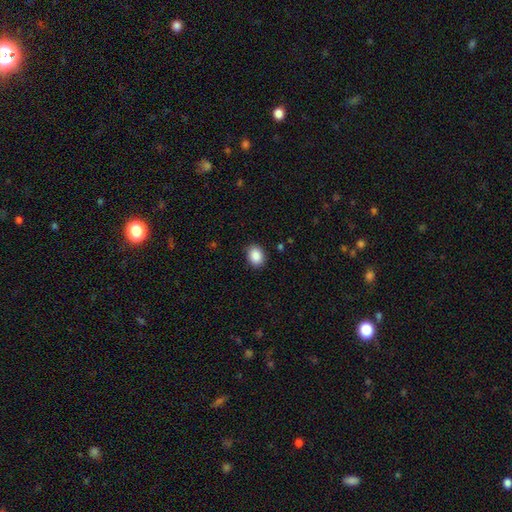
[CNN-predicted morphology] A smooth galaxy with no disk features (88%) that is in between round and cigar-shaped (61%).

Vote fractions:
- Smooth or featured? smooth: 88% / star or artifact: 8% / featured or disk: 4%
- How rounded? in between: 61% / round: 38% / cigar-shaped: 1%
- Merging? none: 88% / minor disturbance: 9% / major disturbance: 2% / merger: 1%